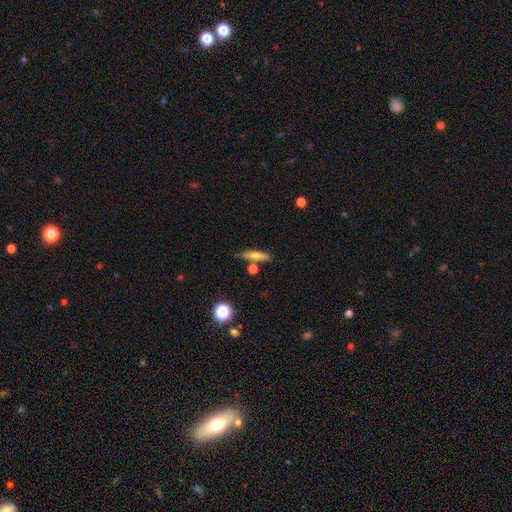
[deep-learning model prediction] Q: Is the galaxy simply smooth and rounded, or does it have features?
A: smooth — 62%.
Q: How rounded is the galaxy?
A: cigar-shaped — 69%.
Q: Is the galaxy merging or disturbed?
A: none — 74%.